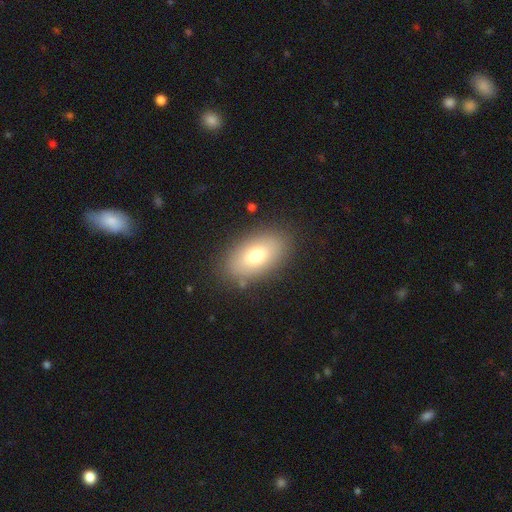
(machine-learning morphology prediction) This appears to be a smooth galaxy with no disk features (74%) that is in between round and cigar-shaped (92%). Merging: none (85%).